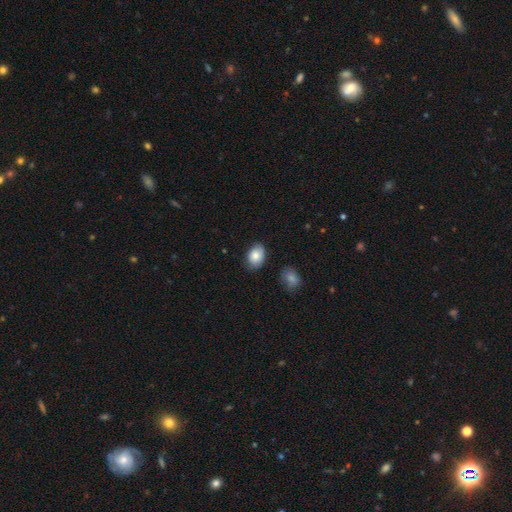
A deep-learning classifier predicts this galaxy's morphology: smooth_or_featured: smooth (p=0.82) [alt: featured or disk p=0.11]
how_rounded: in between (p=0.78) [alt: round p=0.21]
merging: none (p=0.75) [alt: minor disturbance p=0.20]